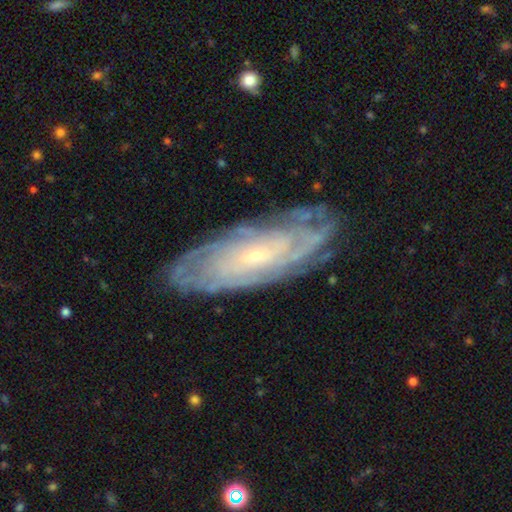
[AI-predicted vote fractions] Q: Smooth or featured?
A: featured or disk (81%); runner-up: smooth (12%)
Q: Edge-on disk?
A: no (87%); runner-up: yes (13%)
Q: Bar?
A: no (70%); runner-up: weak (23%)
Q: Spiral arms?
A: yes (93%); runner-up: no (7%)
Q: Spiral winding?
A: tight (79%); runner-up: medium (17%)
Q: Spiral arm count?
A: can't tell (48%); runner-up: 4 (15%)
Q: Bulge size?
A: small (84%); runner-up: moderate (12%)
Q: Merging?
A: none (81%); runner-up: minor disturbance (14%)